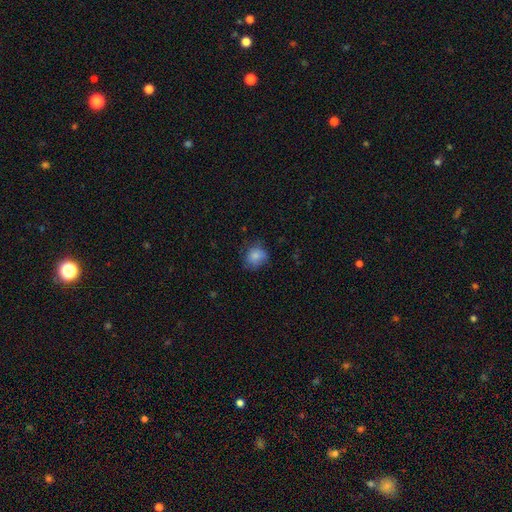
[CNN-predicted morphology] type=smooth (80%); roundness=round (72%); merging=none (64%).